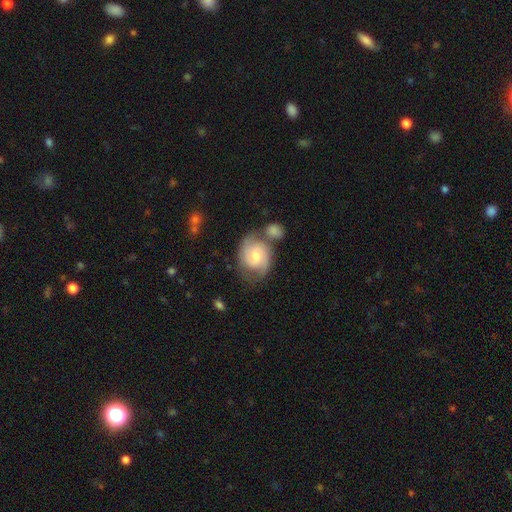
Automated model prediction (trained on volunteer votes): A featured or disk galaxy (72%) with no bar (56%), 2 (79%) medium (45%) spiral arms (92%) and a moderate central bulge (59%). Merging: none (52%).